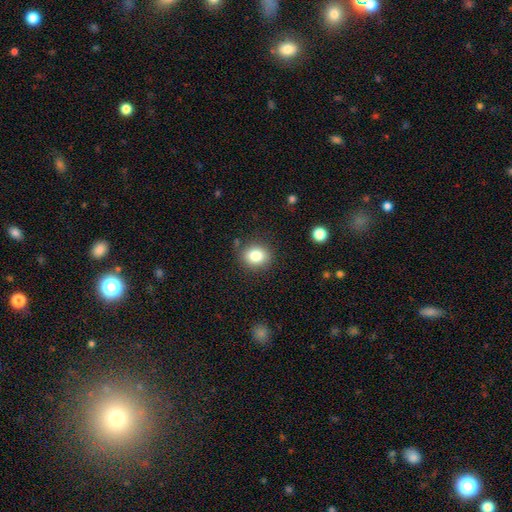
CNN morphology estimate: Smooth or featured? Predicted: smooth (p=0.81). How rounded? Predicted: round (p=0.66). Merging? Predicted: none (p=0.85).